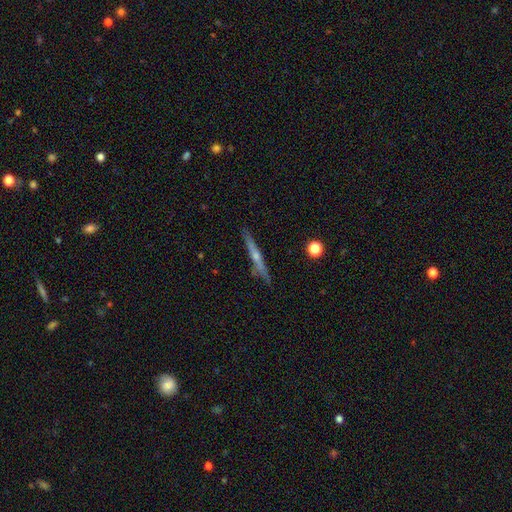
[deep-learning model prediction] A featured or disk galaxy (70%) viewed edge-on (97%) with a rounded central bulge (69%). Merging: none (87%).